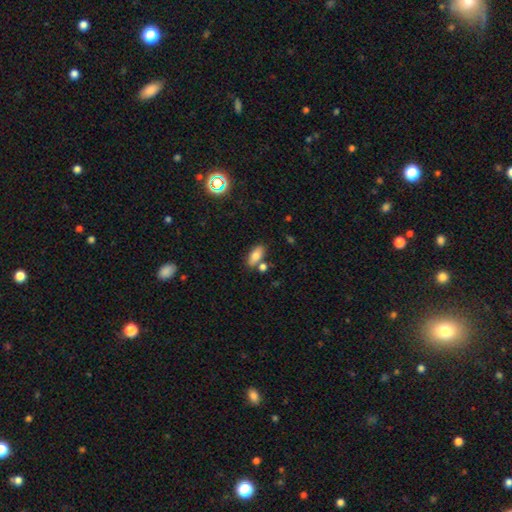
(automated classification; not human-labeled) The model was most divided on "merging": none: 70%, merger: 14%, minor disturbance: 12%, major disturbance: 3%. More confident: how rounded — in between (85%); smooth or featured — smooth (79%).